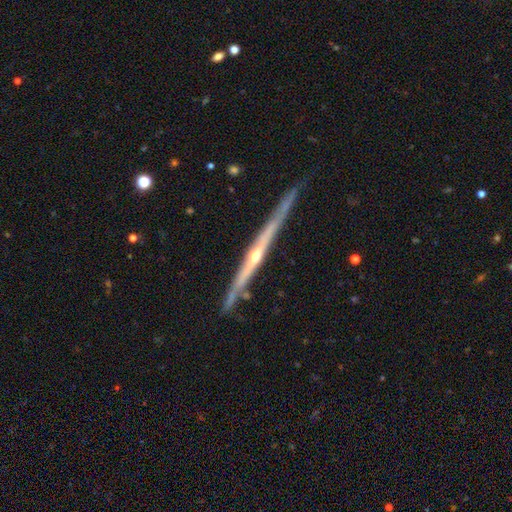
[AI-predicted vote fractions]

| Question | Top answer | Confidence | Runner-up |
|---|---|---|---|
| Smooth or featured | featured or disk | 84% | smooth (11%) |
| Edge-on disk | yes | 97% | no (3%) |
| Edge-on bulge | rounded | 69% | none (27%) |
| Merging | none | 81% | minor disturbance (15%) |